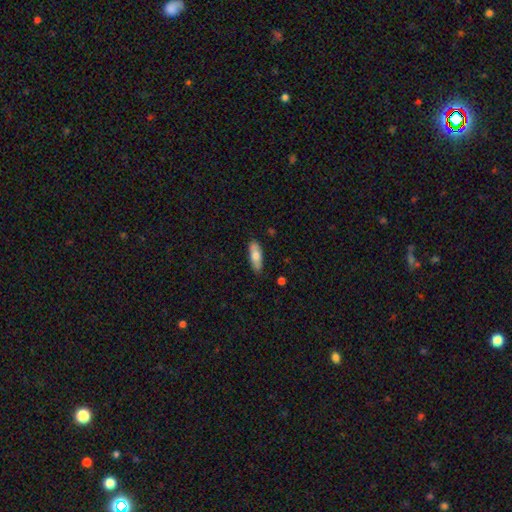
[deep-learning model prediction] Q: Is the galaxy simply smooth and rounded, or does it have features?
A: smooth — 70%.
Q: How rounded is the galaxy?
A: in between — 67%.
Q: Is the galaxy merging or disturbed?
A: none — 85%.